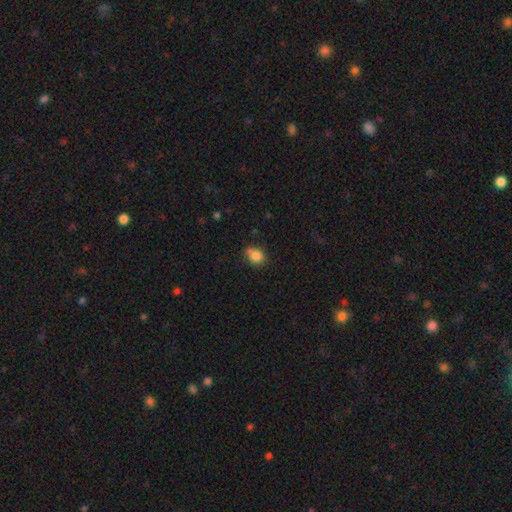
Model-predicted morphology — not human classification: smooth_or_featured: smooth (p=0.83) [alt: star or artifact p=0.10]
how_rounded: round (p=0.60) [alt: in between p=0.39]
merging: none (p=0.60) [alt: minor disturbance p=0.25]